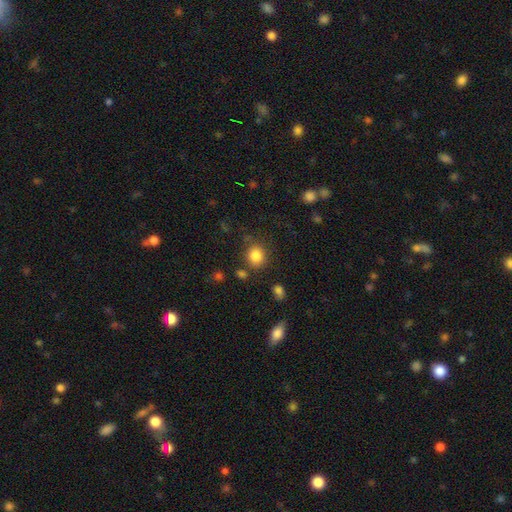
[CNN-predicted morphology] smooth-or-featured: smooth: 85% | star or artifact: 11% | featured or disk: 5%
  how-rounded: round: 78% | in between: 21% | cigar-shaped: 1%
  merging: none: 77% | minor disturbance: 12% | merger: 6% | major disturbance: 5%